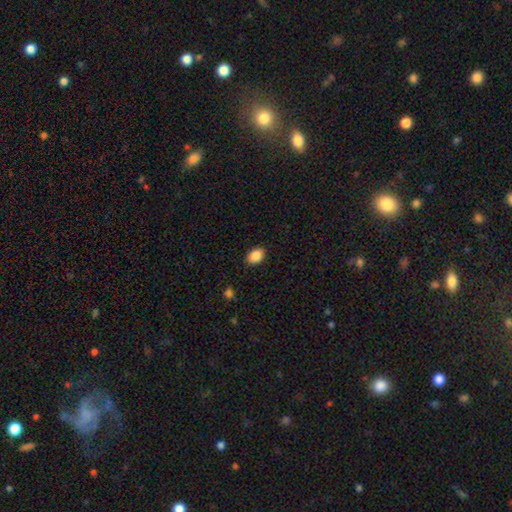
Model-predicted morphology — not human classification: smooth 88%, star or artifact 8%, featured or disk 4%. Down the decision tree: how rounded — in between (75%); merging — none (89%).